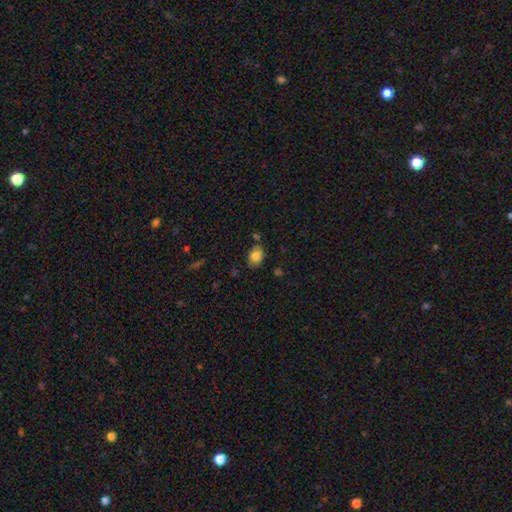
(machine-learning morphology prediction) type=smooth (82%); roundness=in between (77%); merging=none (76%).